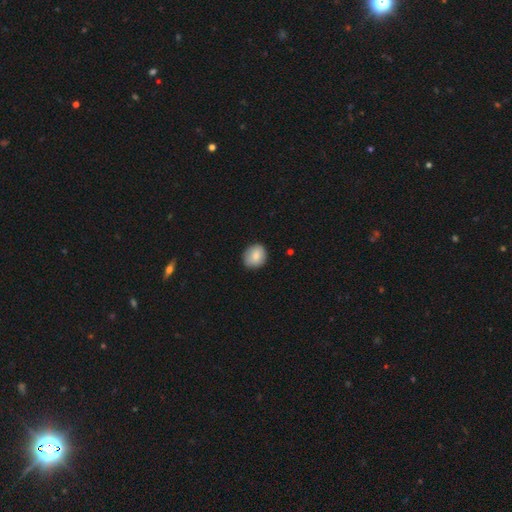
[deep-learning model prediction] This is clearly a smooth galaxy (84%). How rounded: likely round (68%). Merging: clearly none (85%).